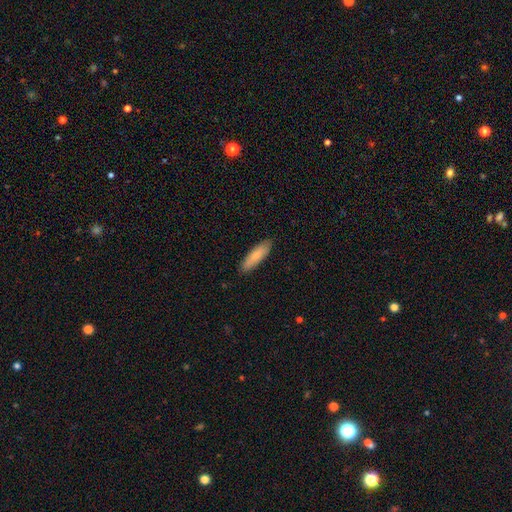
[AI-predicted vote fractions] This is clearly a smooth galaxy (82%). How rounded: likely cigar-shaped (63%). Merging: clearly none (89%).